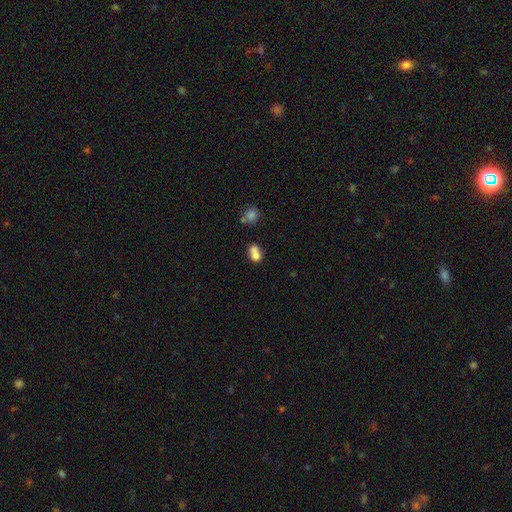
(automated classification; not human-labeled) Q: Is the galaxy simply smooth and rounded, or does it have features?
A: smooth — 72%.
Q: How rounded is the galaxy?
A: round — 51%.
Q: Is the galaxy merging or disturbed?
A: merger — 62%.